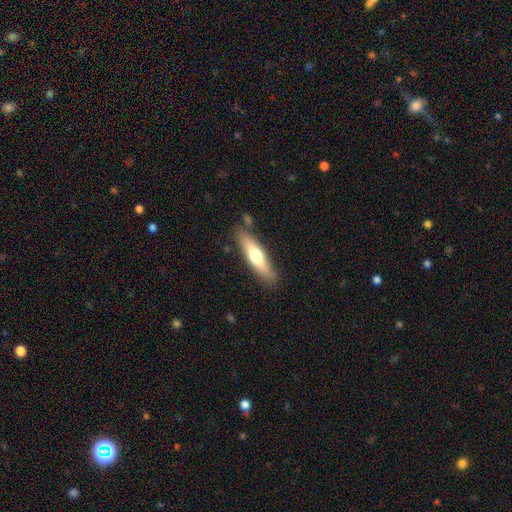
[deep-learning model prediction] A smooth galaxy with no disk features (57%) that is cigar-shaped (72%).

Vote fractions:
- Smooth or featured? smooth: 57% / featured or disk: 38% / star or artifact: 5%
- How rounded? cigar-shaped: 72% / in between: 26% / round: 2%
- Merging? none: 81% / minor disturbance: 13% / merger: 3% / major disturbance: 3%